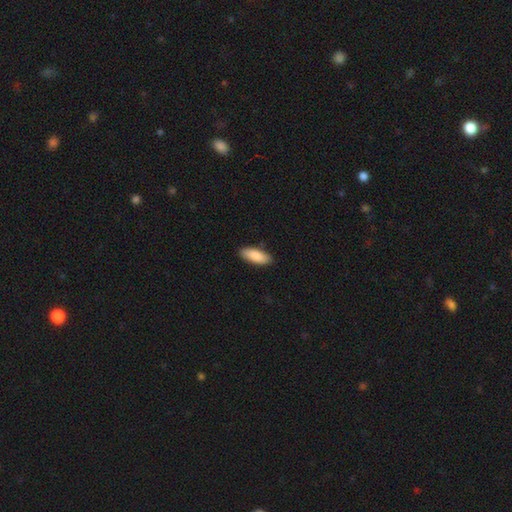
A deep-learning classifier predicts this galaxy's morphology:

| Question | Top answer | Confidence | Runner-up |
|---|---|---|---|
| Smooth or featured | smooth | 88% | featured or disk (7%) |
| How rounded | in between | 74% | cigar-shaped (24%) |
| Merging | none | 88% | minor disturbance (9%) |